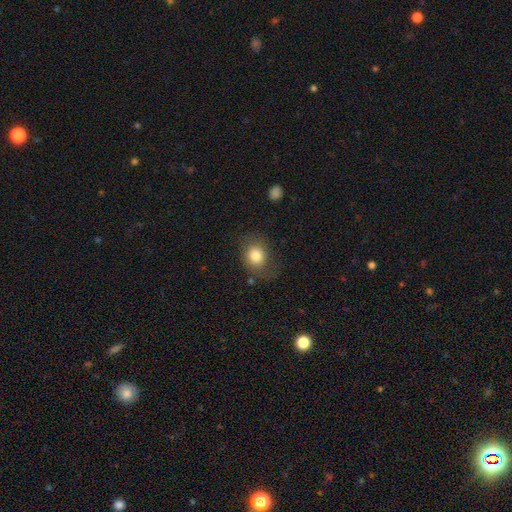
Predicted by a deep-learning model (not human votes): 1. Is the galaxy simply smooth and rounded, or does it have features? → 80% smooth, 11% featured or disk, 9% star or artifact.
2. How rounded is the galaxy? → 60% round, 39% in between, 1% cigar-shaped.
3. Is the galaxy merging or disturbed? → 71% none, 19% minor disturbance, 9% major disturbance, 2% merger.